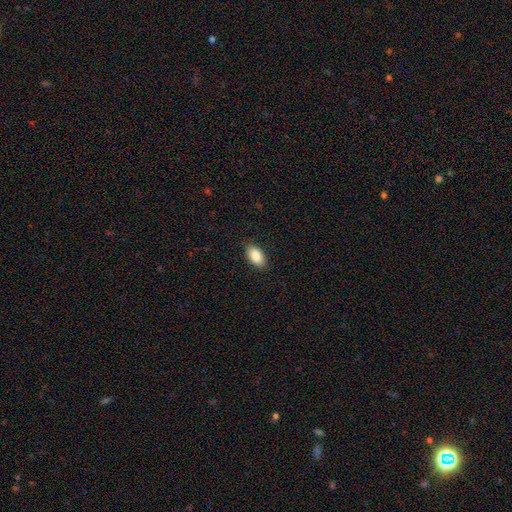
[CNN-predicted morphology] A smooth galaxy with no disk features (88%) that is in between round and cigar-shaped (94%).

Vote fractions:
- Smooth or featured? smooth: 88% / star or artifact: 7% / featured or disk: 6%
- How rounded? in between: 94% / round: 4% / cigar-shaped: 2%
- Merging? none: 88% / minor disturbance: 9% / major disturbance: 2% / merger: 1%